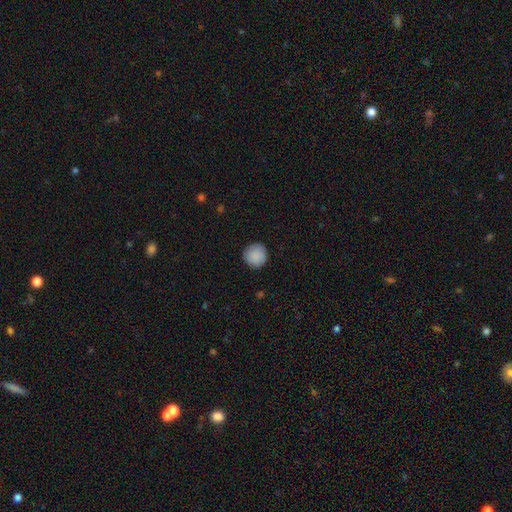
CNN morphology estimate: Q: Smooth or featured?
A: smooth (89%); runner-up: star or artifact (7%)
Q: How rounded?
A: round (94%); runner-up: in between (5%)
Q: Merging?
A: none (89%); runner-up: minor disturbance (8%)